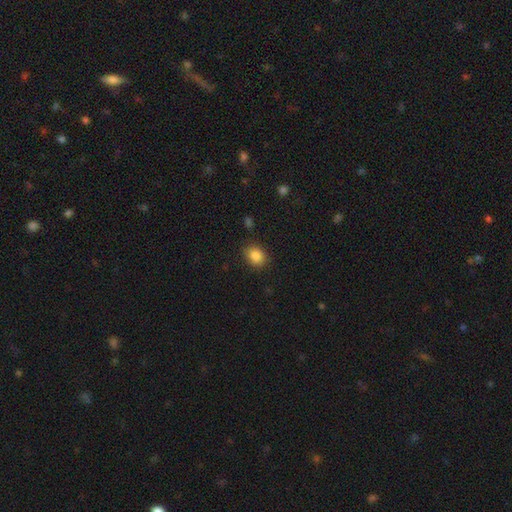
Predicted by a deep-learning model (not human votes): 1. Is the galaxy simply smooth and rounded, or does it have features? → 85% smooth, 9% star or artifact, 5% featured or disk.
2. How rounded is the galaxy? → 54% in between, 45% round, 1% cigar-shaped.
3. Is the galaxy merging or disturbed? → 85% none, 11% minor disturbance, 3% major disturbance, 1% merger.